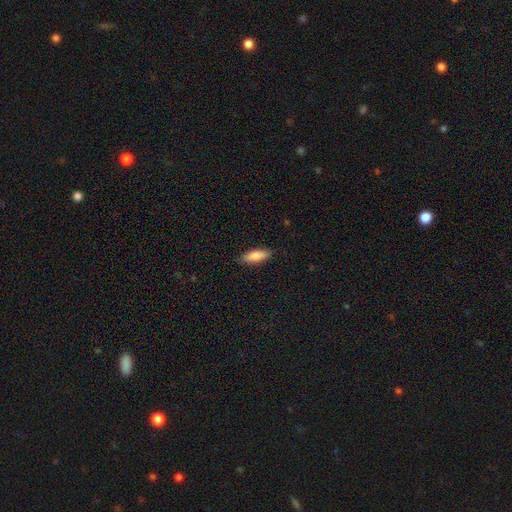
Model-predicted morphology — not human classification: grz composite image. It shows a smooth galaxy with no disk features (86%) that is in between round and cigar-shaped (62%). Merging: none (86%).